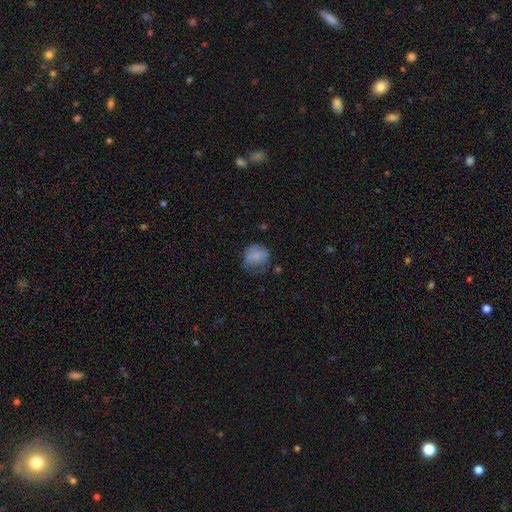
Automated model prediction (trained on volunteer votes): smooth_or_featured: smooth (p=0.74) [alt: featured or disk p=0.16]
how_rounded: round (p=0.69) [alt: in between p=0.30]
merging: none (p=0.53) [alt: minor disturbance p=0.29]